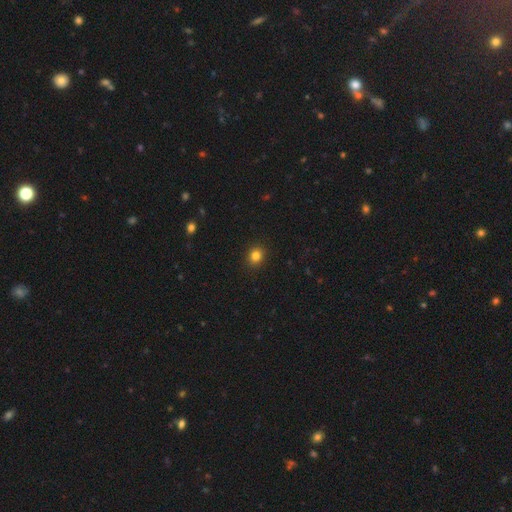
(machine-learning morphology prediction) Overall: smooth (83%). How rounded: round (74%). Merging: none (91%).